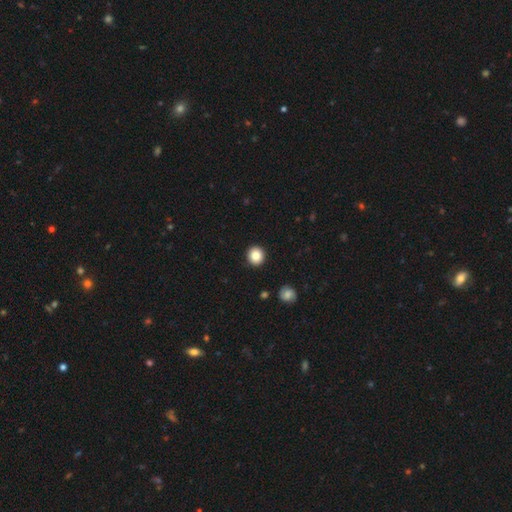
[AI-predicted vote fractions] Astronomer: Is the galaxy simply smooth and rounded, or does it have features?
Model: smooth — 85%.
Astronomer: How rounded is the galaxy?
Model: round — 91%.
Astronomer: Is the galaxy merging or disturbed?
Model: none — 92%.